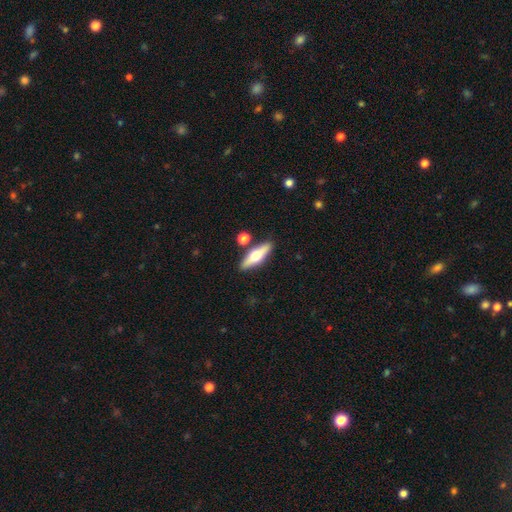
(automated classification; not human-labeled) This appears to be a featured or disk galaxy (50%) viewed edge-on (90%). Merging: none (82%).